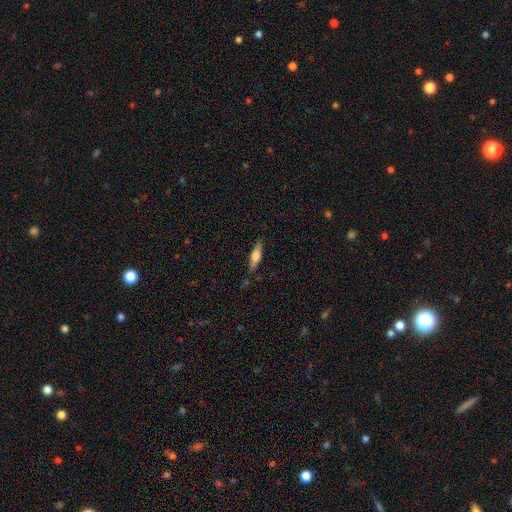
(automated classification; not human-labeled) Q: Smooth or featured?
A: smooth (51%); runner-up: featured or disk (42%)
Q: How rounded?
A: cigar-shaped (65%); runner-up: in between (32%)
Q: Merging?
A: none (80%); runner-up: minor disturbance (14%)